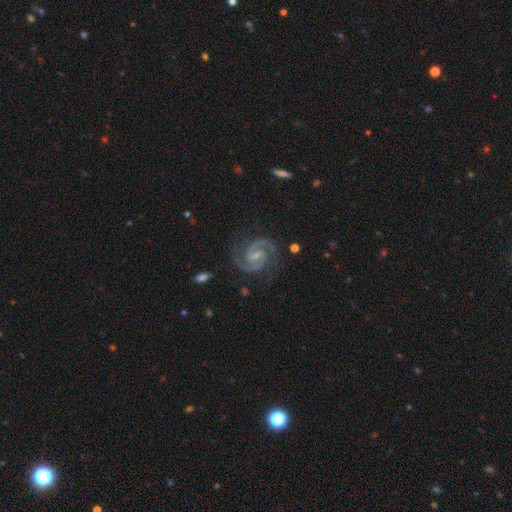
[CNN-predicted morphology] type=featured or disk (93%); edge-on=no (98%); bar=weak (53%); spiral arms=yes (99%); winding=medium (55%); arm count=2 (94%); bulge=small (57%); merging=none (81%).